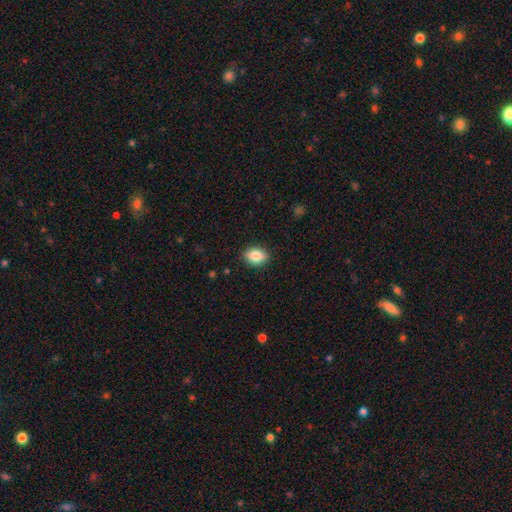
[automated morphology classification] Smooth or featured: smooth — 83% (featured or disk — 9%)
How rounded: in between — 72% (round — 25%)
Merging: none — 88% (minor disturbance — 9%)